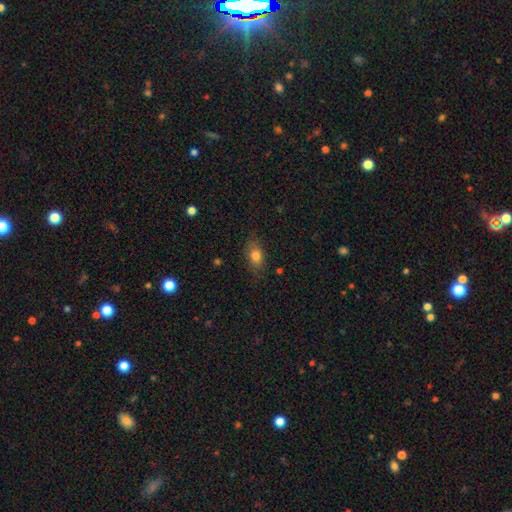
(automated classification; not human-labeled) Smooth or featured?
  - smooth: 78% *
  - featured or disk: 13%
  - star or artifact: 9%
How rounded?
  - in between: 80% *
  - round: 14%
  - cigar-shaped: 6%
Merging?
  - none: 79% *
  - minor disturbance: 16%
  - major disturbance: 4%
  - merger: 1%